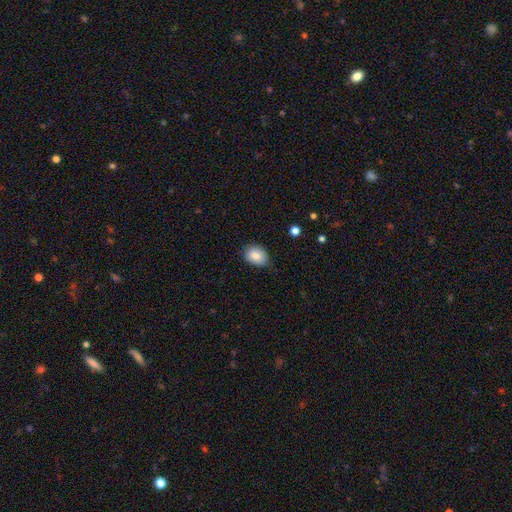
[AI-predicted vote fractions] The model was most divided on "how rounded": in between: 66%, round: 33%, cigar-shaped: 1%. More confident: smooth or featured — smooth (86%); merging — none (79%).